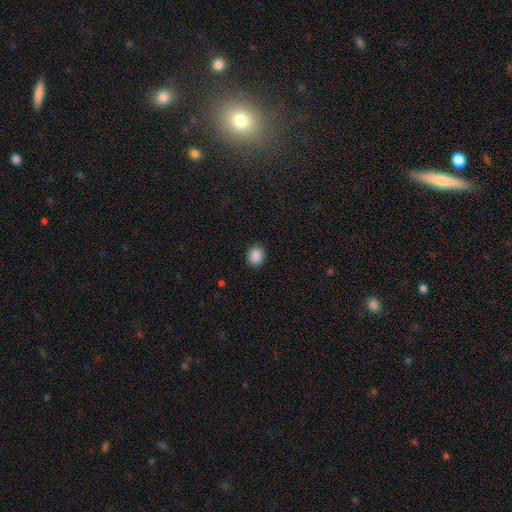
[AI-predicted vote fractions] Smooth or featured: smooth — 88% (star or artifact — 9%)
How rounded: round — 56% (in between — 43%)
Merging: none — 90% (minor disturbance — 7%)